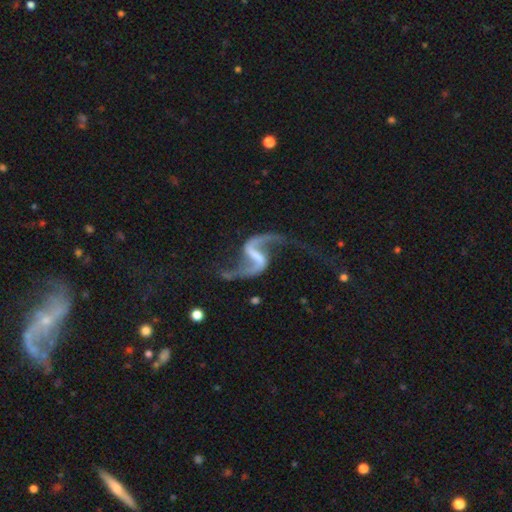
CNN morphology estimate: This appears to be a featured or disk galaxy (93%) with a strong bar (54%), 2 (94%) loose (88%) spiral arms (97%) and no central bulge (58%). Merging: none (68%).